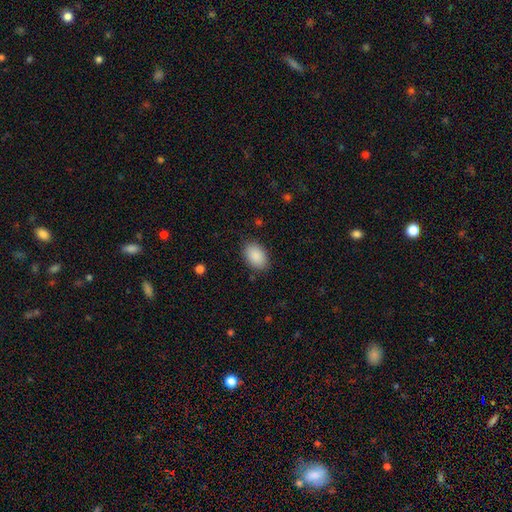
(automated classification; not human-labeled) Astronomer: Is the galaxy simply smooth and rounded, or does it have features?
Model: smooth — 89%.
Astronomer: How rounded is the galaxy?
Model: in between — 87%.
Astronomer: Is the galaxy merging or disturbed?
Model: none — 85%.